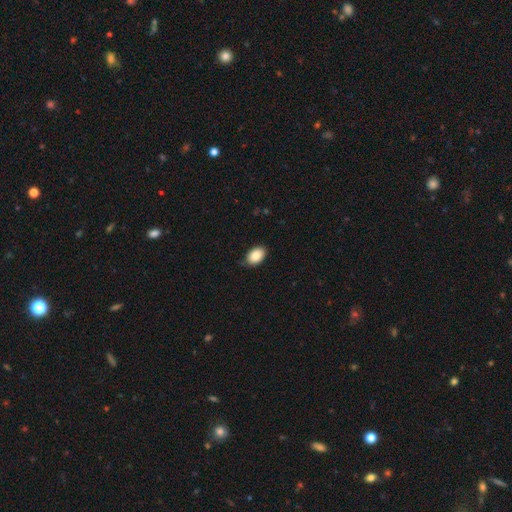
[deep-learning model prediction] Smooth or featured? Predicted: smooth (p=0.88). How rounded? Predicted: in between (p=0.88). Merging? Predicted: none (p=0.79).